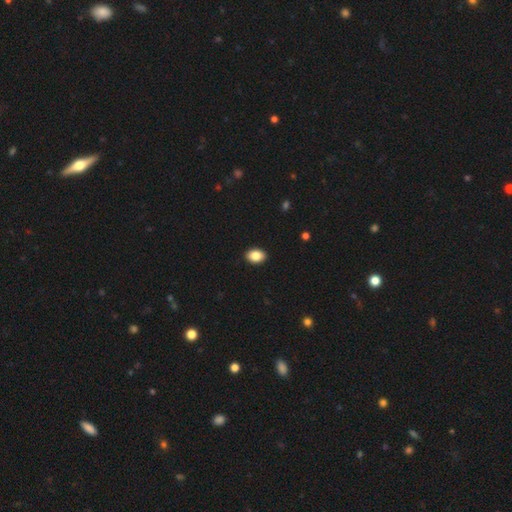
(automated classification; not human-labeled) smooth 87%, star or artifact 8%, featured or disk 5%. Down the decision tree: how rounded — in between (78%); merging — none (91%).